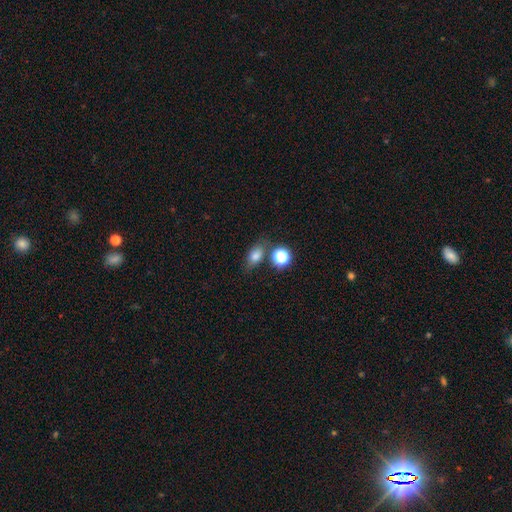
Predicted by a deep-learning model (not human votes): The model was most divided on "how rounded": in between: 72%, round: 23%, cigar-shaped: 5%. More confident: smooth or featured — smooth (76%); merging — none (66%).